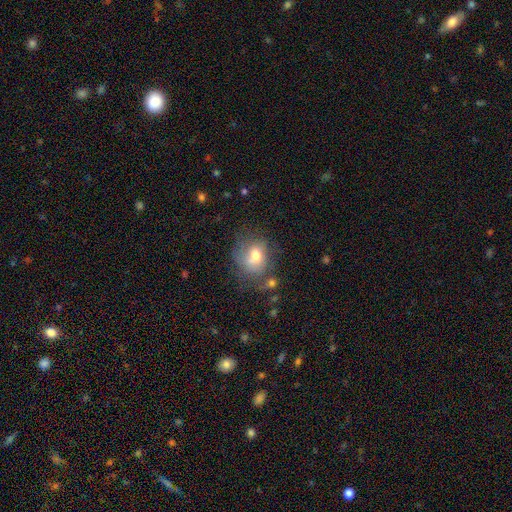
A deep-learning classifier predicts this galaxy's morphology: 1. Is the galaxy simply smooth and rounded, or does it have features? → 61% smooth, 28% featured or disk, 11% star or artifact.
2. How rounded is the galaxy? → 59% round, 40% in between, 1% cigar-shaped.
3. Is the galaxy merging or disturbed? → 46% none, 25% minor disturbance, 16% major disturbance, 13% merger.